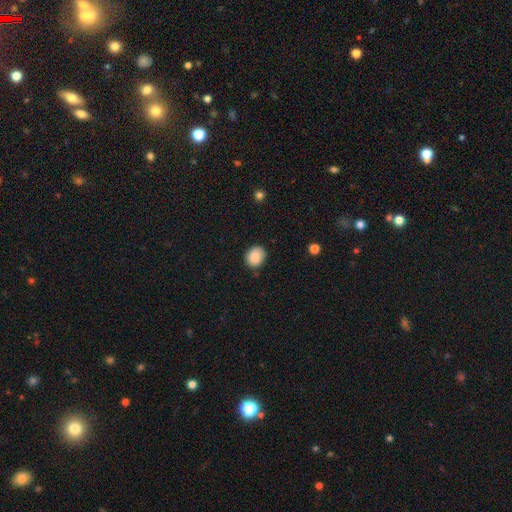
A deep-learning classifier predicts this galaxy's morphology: This is clearly a smooth galaxy (88%). How rounded: likely round (68%). Merging: clearly none (82%).